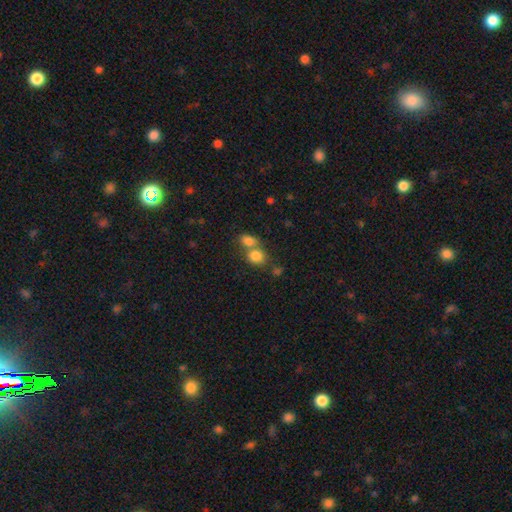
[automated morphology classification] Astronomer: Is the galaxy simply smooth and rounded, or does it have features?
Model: smooth — 81%.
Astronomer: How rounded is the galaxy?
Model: round — 62%.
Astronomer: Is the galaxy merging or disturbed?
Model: merger — 49% (runner-up: none, 40%).